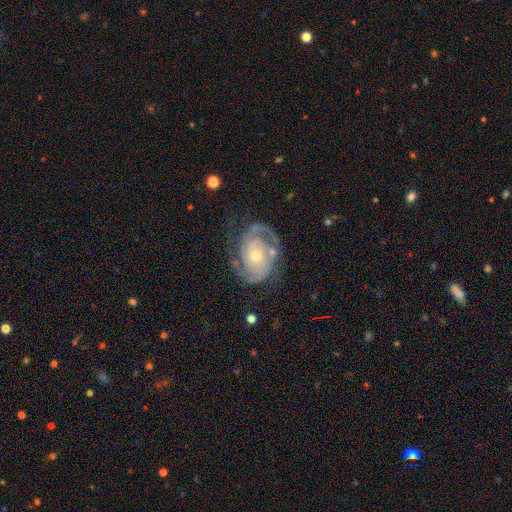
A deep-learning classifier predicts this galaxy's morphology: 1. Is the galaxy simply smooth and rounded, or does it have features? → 89% featured or disk, 6% smooth, 5% star or artifact.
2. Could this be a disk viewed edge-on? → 97% no, 3% yes.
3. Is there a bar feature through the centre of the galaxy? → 69% no, 23% weak, 8% strong.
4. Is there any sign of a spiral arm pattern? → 97% yes, 3% no.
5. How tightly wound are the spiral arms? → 51% tight, 39% medium, 10% loose.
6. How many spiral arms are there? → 84% 2, 6% can't tell, 5% 3, 3% 1, 2% 4, 2% more than 4.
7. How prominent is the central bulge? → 56% small, 39% moderate, 3% large, 1% none, 1% dominant.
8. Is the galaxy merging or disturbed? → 72% none, 17% minor disturbance, 9% major disturbance, 3% merger.